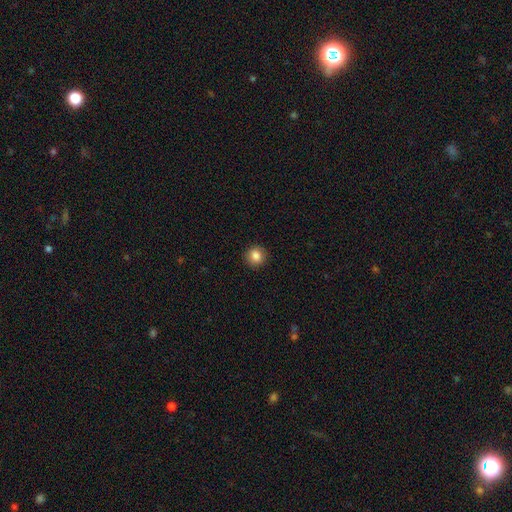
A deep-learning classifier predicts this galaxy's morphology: Q: Smooth or featured?
A: smooth (85%); runner-up: star or artifact (10%)
Q: How rounded?
A: round (89%); runner-up: in between (10%)
Q: Merging?
A: none (91%); runner-up: minor disturbance (6%)